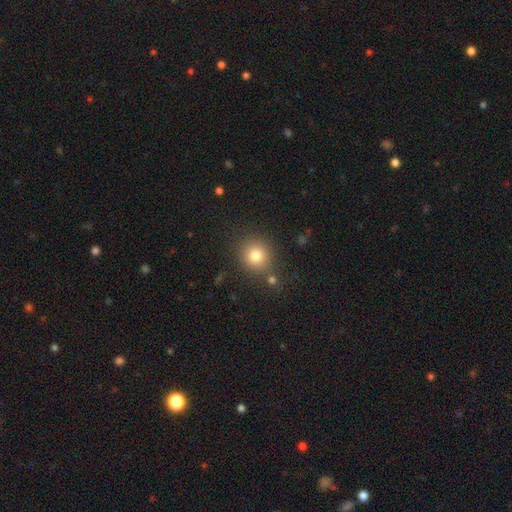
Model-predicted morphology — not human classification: smooth_or_featured: smooth (p=0.79) [alt: star or artifact p=0.13]
how_rounded: round (p=0.87) [alt: in between p=0.12]
merging: none (p=0.80) [alt: minor disturbance p=0.09]